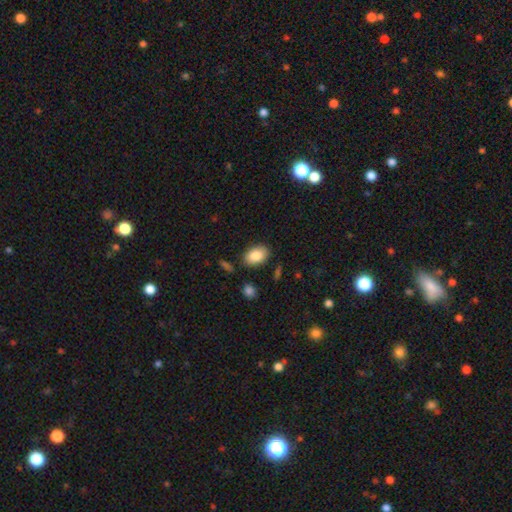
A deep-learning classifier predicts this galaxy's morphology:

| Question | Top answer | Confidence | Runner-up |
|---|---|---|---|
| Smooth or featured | smooth | 84% | featured or disk (9%) |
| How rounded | in between | 89% | round (10%) |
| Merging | none | 83% | minor disturbance (11%) |